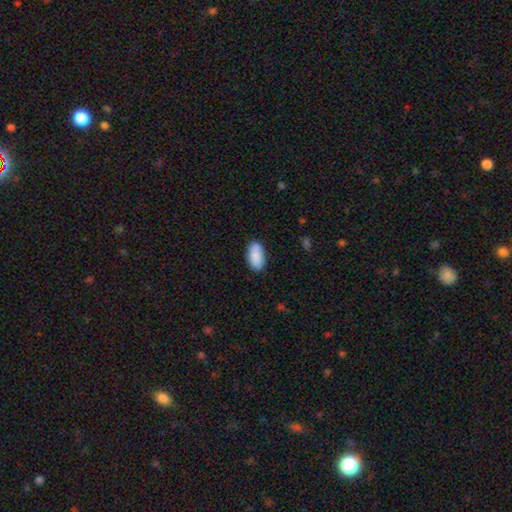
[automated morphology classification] Q: Smooth or featured?
A: smooth (87%); runner-up: featured or disk (7%)
Q: How rounded?
A: in between (92%); runner-up: cigar-shaped (5%)
Q: Merging?
A: none (83%); runner-up: minor disturbance (13%)